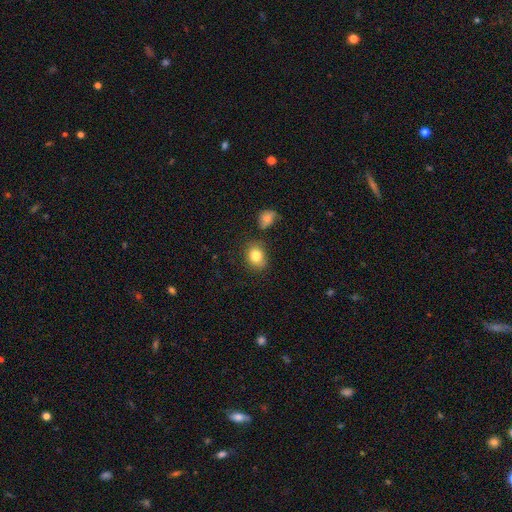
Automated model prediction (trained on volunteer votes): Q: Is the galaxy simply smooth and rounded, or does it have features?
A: smooth — 82%.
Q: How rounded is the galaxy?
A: round — 50%.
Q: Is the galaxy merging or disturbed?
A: none — 74%.